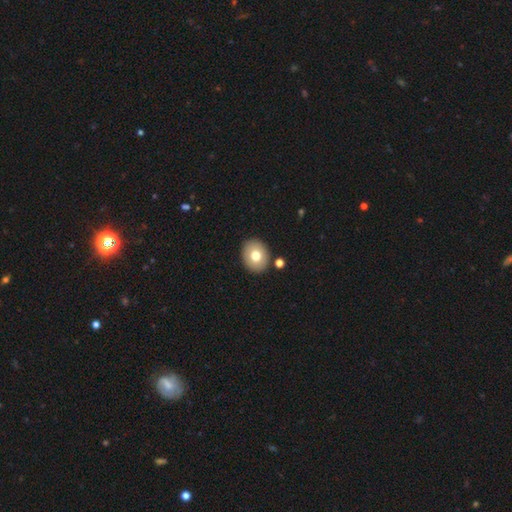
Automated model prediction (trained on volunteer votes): Q: Smooth or featured?
A: smooth (75%); runner-up: featured or disk (17%)
Q: How rounded?
A: in between (50%); runner-up: round (49%)
Q: Merging?
A: none (87%); runner-up: minor disturbance (7%)